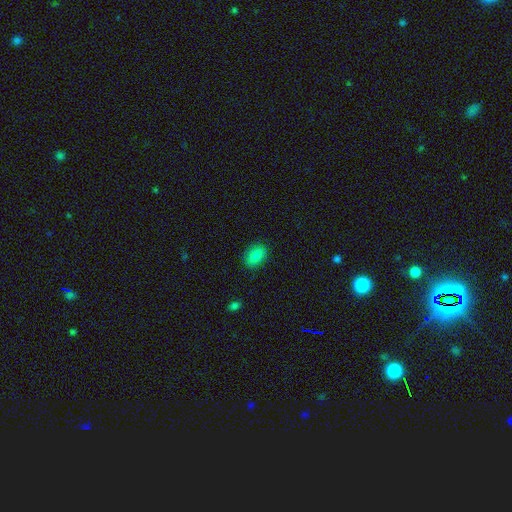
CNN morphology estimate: A smooth galaxy with no disk features (84%) that is in between round and cigar-shaped (82%). Merging: none (85%).